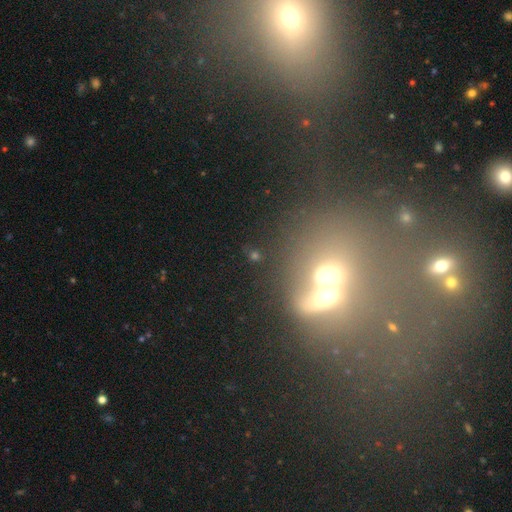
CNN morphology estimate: The model was most divided on "smooth or featured": smooth: 41%, star or artifact: 30%, featured or disk: 29%. More confident: merging — merger (53%).